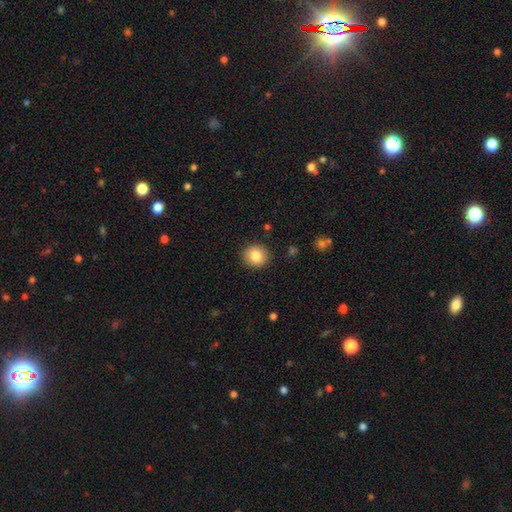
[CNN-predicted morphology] Smooth or featured?
  - smooth: 84% *
  - star or artifact: 9%
  - featured or disk: 7%
How rounded?
  - round: 86% *
  - in between: 13%
  - cigar-shaped: 1%
Merging?
  - none: 89% *
  - minor disturbance: 7%
  - major disturbance: 2%
  - merger: 1%